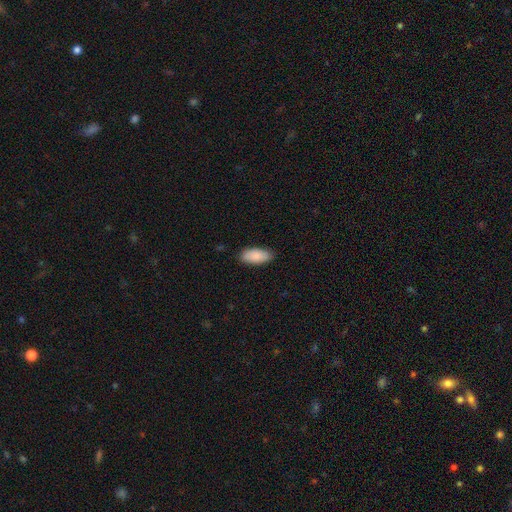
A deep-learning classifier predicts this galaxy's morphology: Smooth or featured: smooth — 88% (featured or disk — 6%)
How rounded: in between — 90% (cigar-shaped — 8%)
Merging: none — 85% (minor disturbance — 12%)